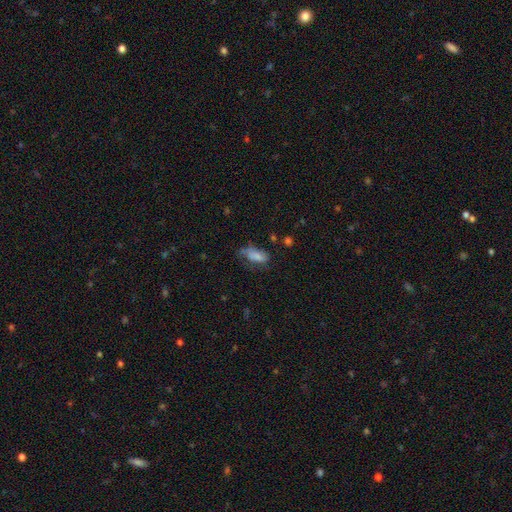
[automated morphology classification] Smooth or featured? smooth (74%)
How rounded? in between (86%)
Merging? none (41%)